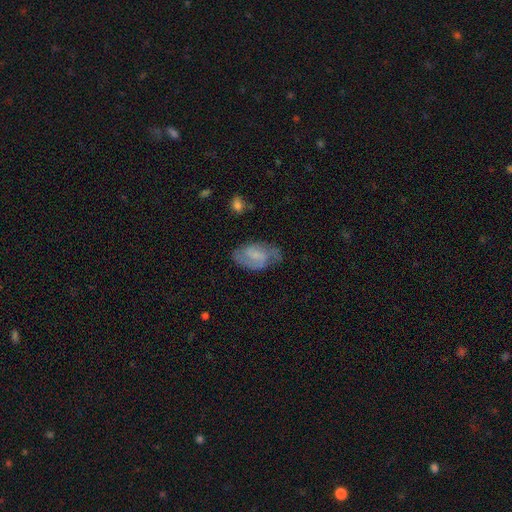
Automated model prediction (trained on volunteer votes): featured or disk 55%, smooth 37%, star or artifact 7%. Down the decision tree: edge-on disk — no (96%); bar — weak (48%); spiral arms — yes (83%); bulge size — small (48%); merging — none (59%).